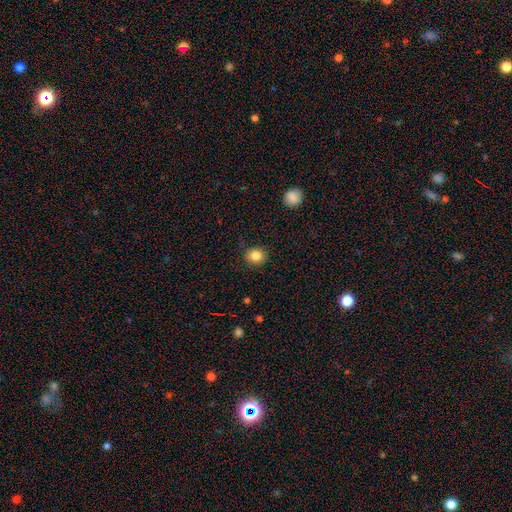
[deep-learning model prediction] smooth-or-featured: smooth: 83% | star or artifact: 11% | featured or disk: 6%
  how-rounded: round: 83% | in between: 16% | cigar-shaped: 1%
  merging: none: 84% | minor disturbance: 12% | major disturbance: 3% | merger: 1%